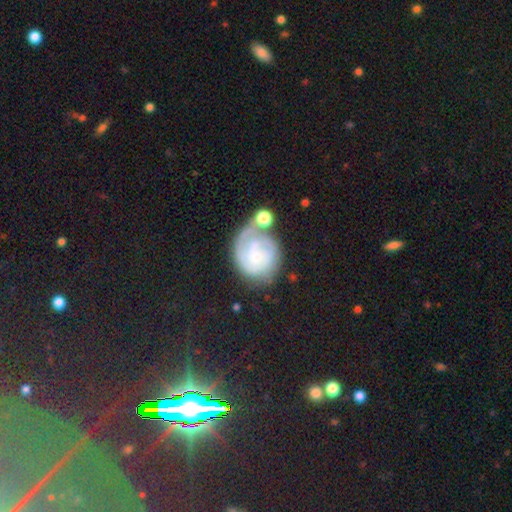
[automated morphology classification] A featured or disk galaxy (68%) with no bar (66%), 2 (34%) tight (60%) spiral arms (87%) and a small central bulge (60%).

Vote fractions:
- Smooth or featured? featured or disk: 68% / smooth: 24% / star or artifact: 8%
- Edge-on disk? no: 98% / yes: 2%
- Bar? no: 66% / weak: 29% / strong: 5%
- Spiral arms? yes: 87% / no: 13%
- Spiral winding? tight: 60% / medium: 29% / loose: 11%
- Spiral arm count? 2: 34% / can't tell: 28% / 1: 24% / 3: 9% / 4: 3% / more than 4: 3%
- Bulge size? small: 60% / moderate: 23% / none: 12% / large: 4% / dominant: 2%
- Merging? none: 40% / minor disturbance: 22% / major disturbance: 20% / merger: 18%